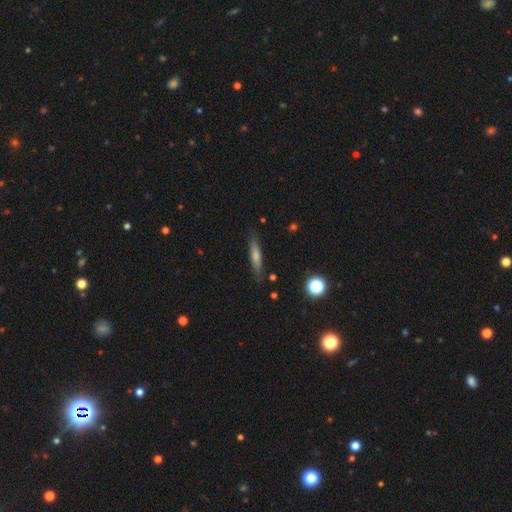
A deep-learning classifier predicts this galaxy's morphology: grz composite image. It shows a smooth galaxy with no disk features (51%) that is cigar-shaped (87%). Merging: none (85%).